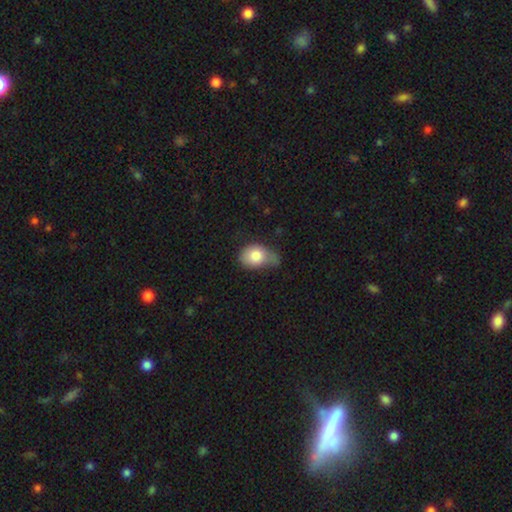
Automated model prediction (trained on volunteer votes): This appears to be a smooth galaxy with no disk features (80%) that is in between round and cigar-shaped (70%). Merging: minor disturbance (43%).